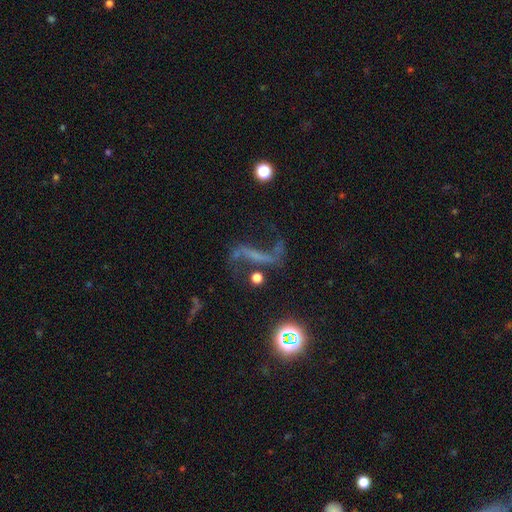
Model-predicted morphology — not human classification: featured or disk 69%, star or artifact 19%, smooth 12%. Down the decision tree: edge-on disk — no (90%); bar — strong (45%); spiral arms — yes (84%); spiral arm count — 2 (88%); spiral winding — loose (89%); bulge size — none (65%); merging — none (58%).